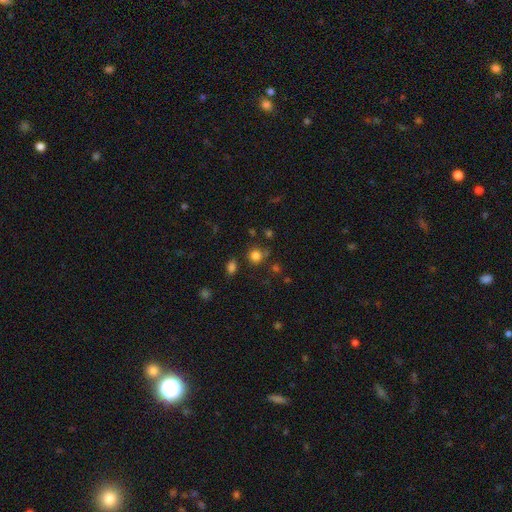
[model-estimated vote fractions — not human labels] Q: Smooth or featured?
A: smooth (80%); runner-up: star or artifact (15%)
Q: How rounded?
A: round (87%); runner-up: in between (12%)
Q: Merging?
A: none (77%); runner-up: minor disturbance (11%)